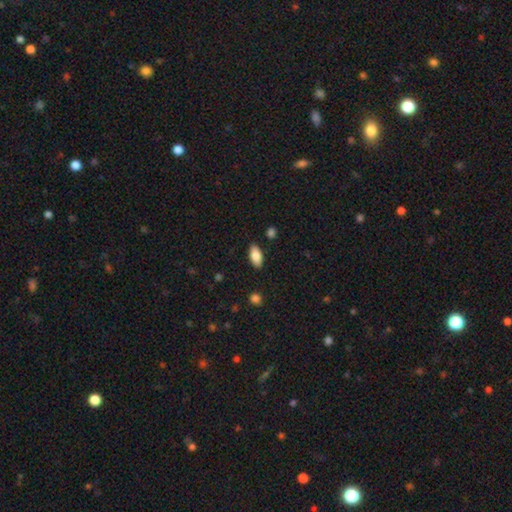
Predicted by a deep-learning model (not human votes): A smooth galaxy with no disk features (82%) that is in between round and cigar-shaped (90%). Merging: none (87%).